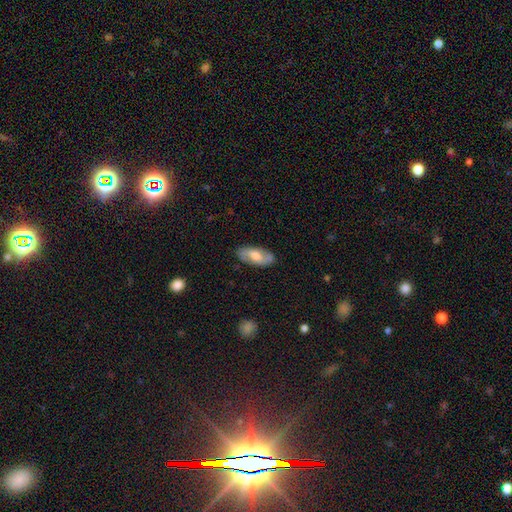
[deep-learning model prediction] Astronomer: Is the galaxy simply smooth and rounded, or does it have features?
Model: featured or disk — 50% (runner-up: smooth, 45%).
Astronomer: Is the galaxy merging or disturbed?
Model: none — 83%.